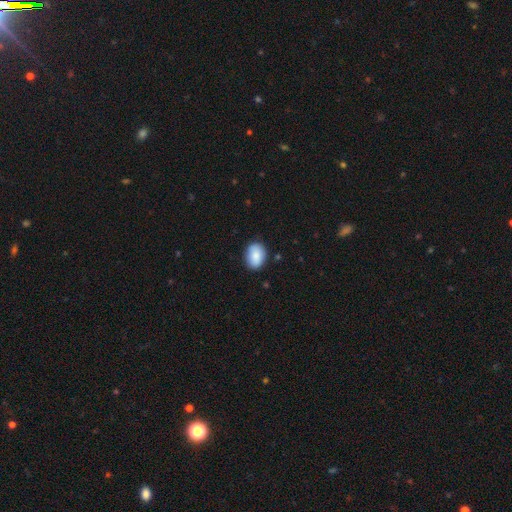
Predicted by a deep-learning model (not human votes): smooth 88%, star or artifact 7%, featured or disk 6%. Down the decision tree: how rounded — in between (76%); merging — none (83%).